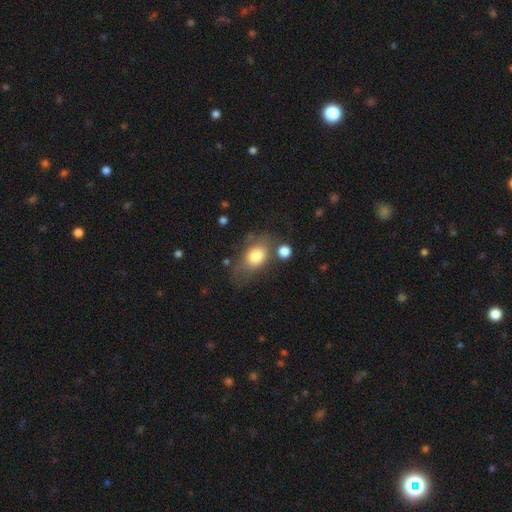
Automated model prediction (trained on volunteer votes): Smooth or featured: smooth — 76% (featured or disk — 16%)
How rounded: in between — 76% (round — 22%)
Merging: none — 55% (minor disturbance — 23%)